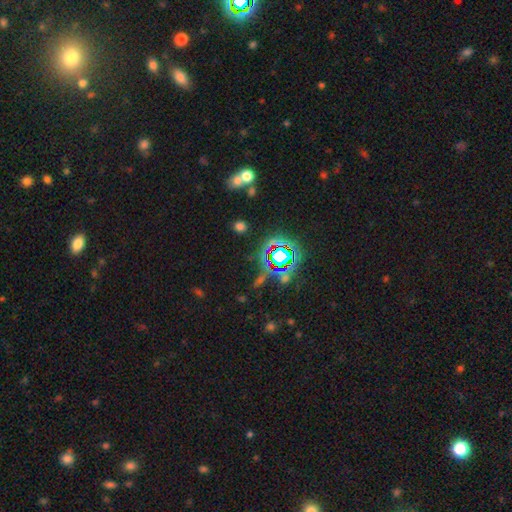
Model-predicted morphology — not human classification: Smooth or featured? star or artifact (77%)